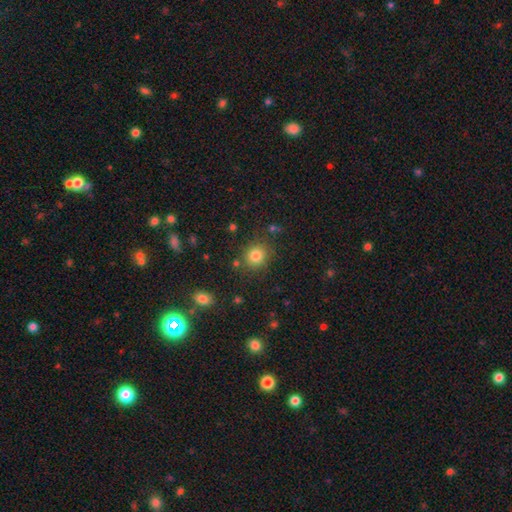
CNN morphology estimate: type=smooth (81%); roundness=round (81%); merging=none (83%).